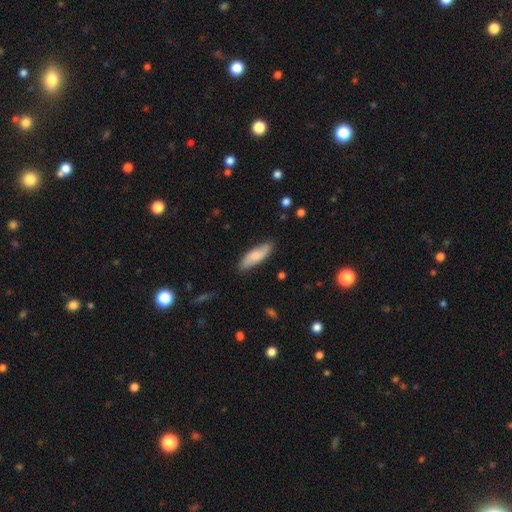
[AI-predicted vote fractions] Overall: smooth (70%). How rounded: in between (52%; cigar-shaped 46%). Merging: none (84%).